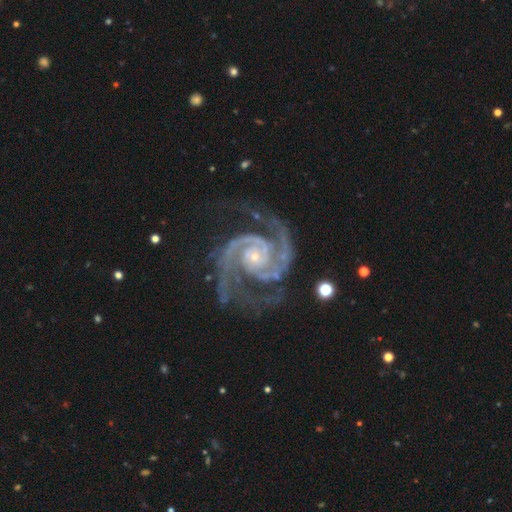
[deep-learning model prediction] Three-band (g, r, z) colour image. It shows a featured or disk galaxy (94%) with no bar (70%), 2 (90%) tight (50%) spiral arms (99%) and a small central bulge (78%). Merging: none (71%).